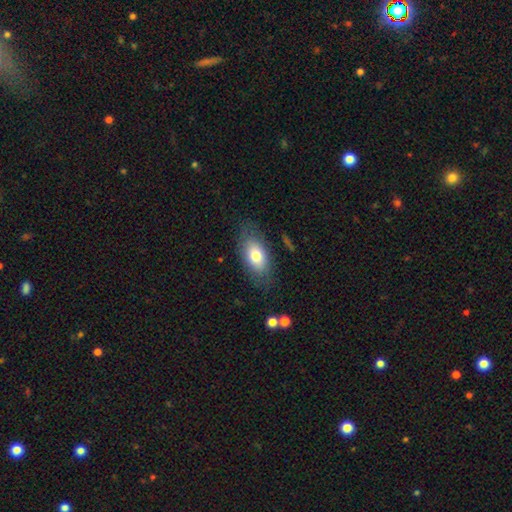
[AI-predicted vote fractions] smooth-or-featured: smooth: 74% | featured or disk: 19% | star or artifact: 7%
  how-rounded: in between: 90% | round: 6% | cigar-shaped: 4%
  merging: none: 76% | minor disturbance: 16% | major disturbance: 6% | merger: 2%